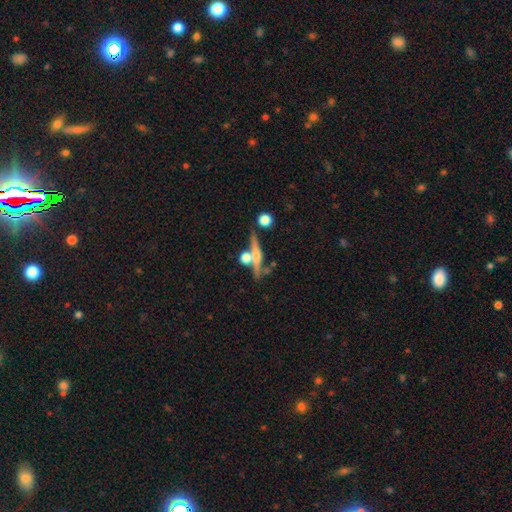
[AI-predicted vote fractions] This appears to be a featured or disk galaxy (62%) viewed edge-on (93%) with a rounded central bulge (74%). Merging: none (68%).